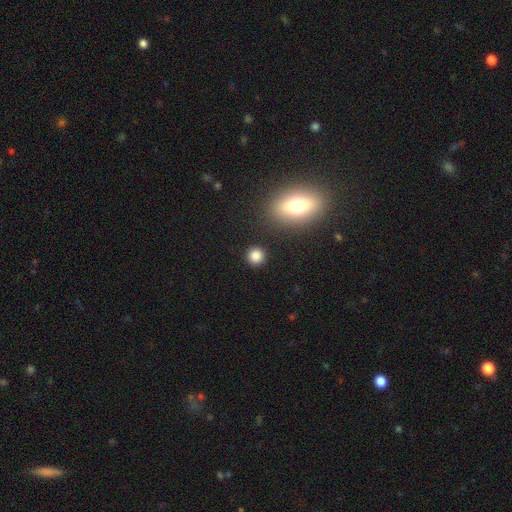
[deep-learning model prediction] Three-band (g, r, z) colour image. It shows a smooth galaxy with no disk features (84%) that is round (91%). Merging: none (88%).